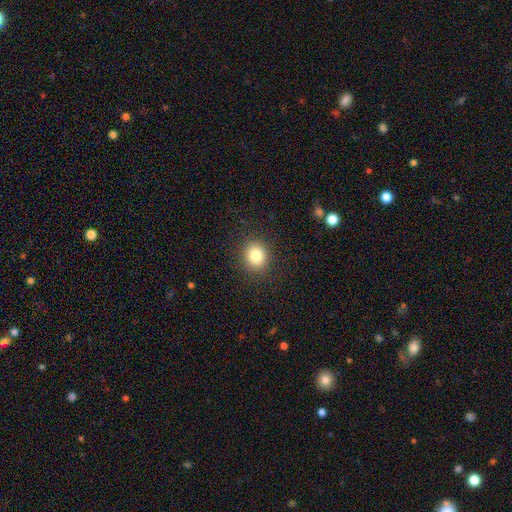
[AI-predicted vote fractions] Smooth or featured: smooth — 82% (star or artifact — 11%)
How rounded: round — 81% (in between — 18%)
Merging: none — 90% (minor disturbance — 7%)